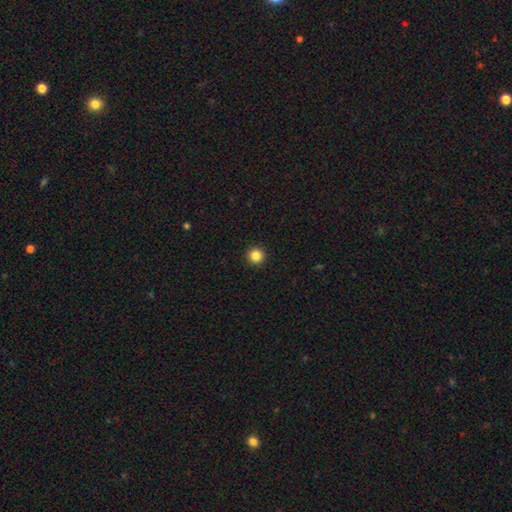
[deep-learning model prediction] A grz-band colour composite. It shows a smooth galaxy with no disk features (85%) that is round (96%). Merging: none (94%).